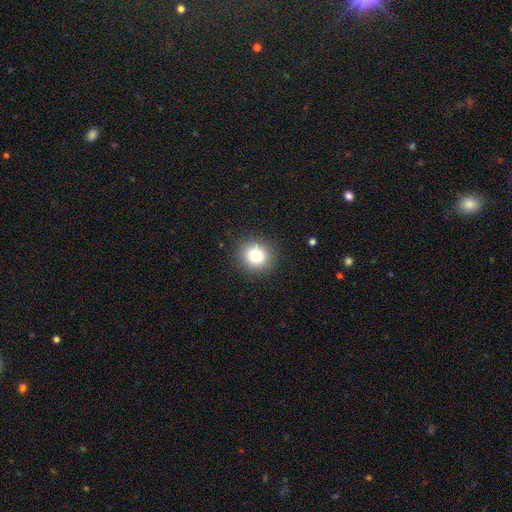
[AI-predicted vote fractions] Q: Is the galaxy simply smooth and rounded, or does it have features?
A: smooth — 82%.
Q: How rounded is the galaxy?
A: round — 88%.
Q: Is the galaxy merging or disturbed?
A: none — 90%.